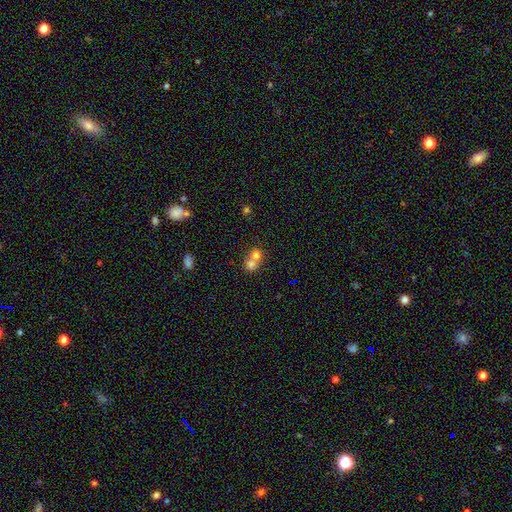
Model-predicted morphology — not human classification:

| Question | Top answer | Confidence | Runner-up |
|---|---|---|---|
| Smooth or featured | smooth | 73% | featured or disk (15%) |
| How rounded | round | 78% | in between (21%) |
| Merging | merger | 68% | none (26%) |